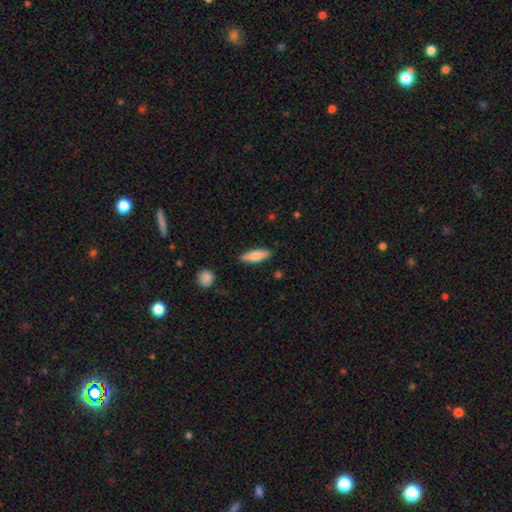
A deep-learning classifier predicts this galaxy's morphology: A smooth galaxy with no disk features (78%) that is in between round and cigar-shaped (51%).

Vote fractions:
- Smooth or featured? smooth: 78% / featured or disk: 16% / star or artifact: 6%
- How rounded? in between: 51% / cigar-shaped: 47% / round: 2%
- Merging? none: 86% / minor disturbance: 10% / major disturbance: 2% / merger: 2%